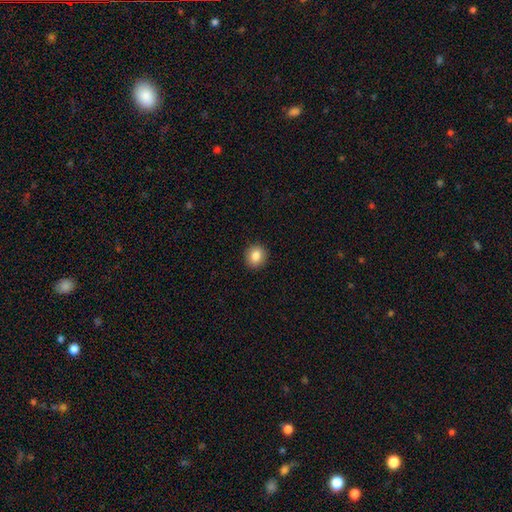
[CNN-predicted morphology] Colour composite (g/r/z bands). It shows a smooth galaxy with no disk features (85%) that is round (83%). Merging: none (92%).